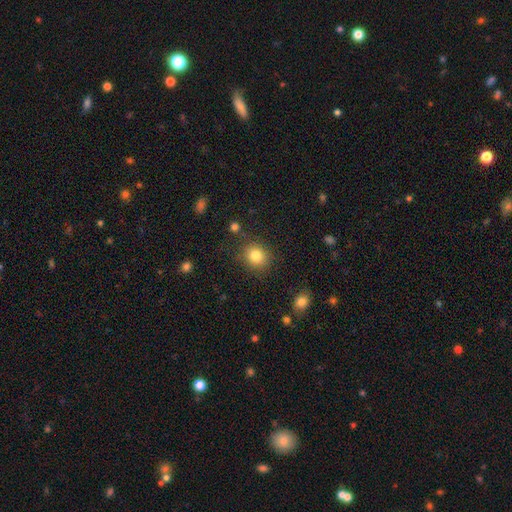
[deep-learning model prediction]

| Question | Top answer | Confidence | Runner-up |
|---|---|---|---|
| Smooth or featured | smooth | 82% | star or artifact (11%) |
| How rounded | round | 80% | in between (19%) |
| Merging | none | 85% | minor disturbance (9%) |